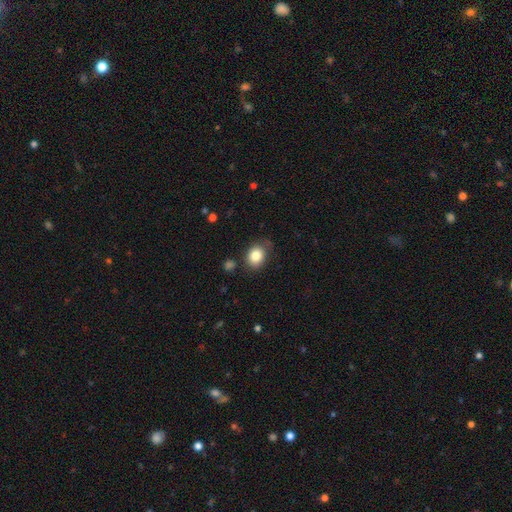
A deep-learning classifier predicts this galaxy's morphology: A smooth galaxy with no disk features (84%) that is round (51%). Merging: none (72%).